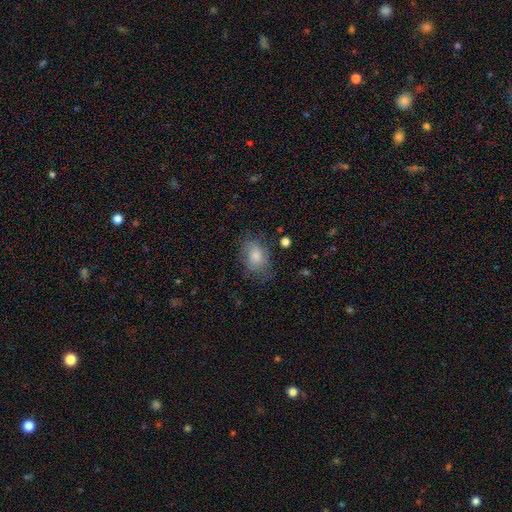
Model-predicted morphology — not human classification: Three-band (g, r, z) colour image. It shows a smooth galaxy with no disk features (63%) that is in between round and cigar-shaped (74%). Merging: none (67%).